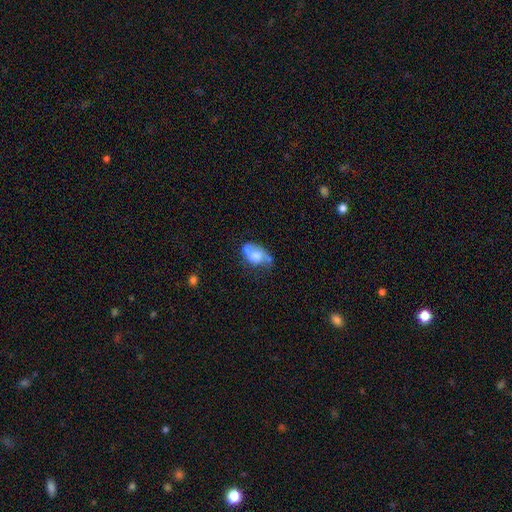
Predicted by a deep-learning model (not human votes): Smooth or featured? Predicted: smooth (p=0.63). How rounded? Predicted: in between (p=0.64). Merging? Predicted: merger (p=0.51).